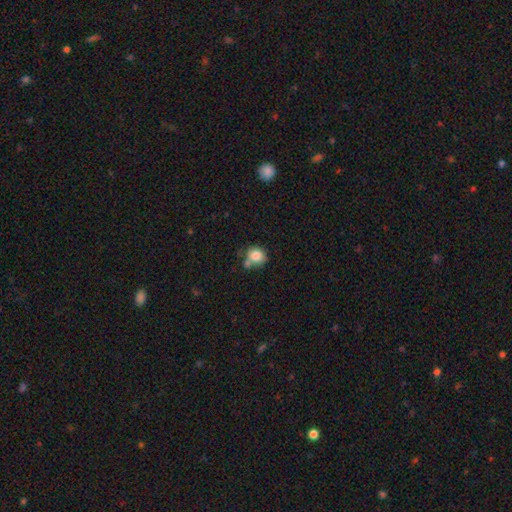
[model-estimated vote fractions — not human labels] Smooth or featured? smooth (81%)
How rounded? round (74%)
Merging? none (52%)